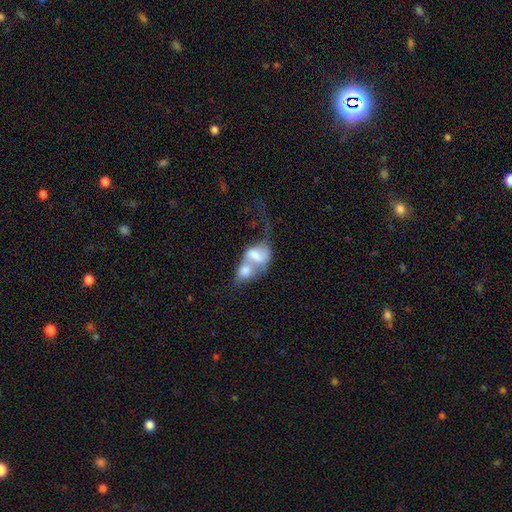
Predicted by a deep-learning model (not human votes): A smooth galaxy with no disk features (56%) that is in between round and cigar-shaped (73%).

Vote fractions:
- Smooth or featured? smooth: 56% / featured or disk: 36% / star or artifact: 8%
- How rounded? in between: 73% / round: 24% / cigar-shaped: 3%
- Merging? merger: 79% / major disturbance: 10% / none: 7% / minor disturbance: 4%